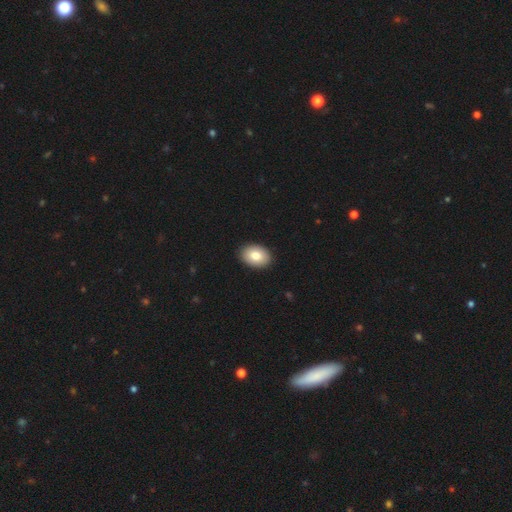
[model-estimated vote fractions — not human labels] This appears to be a smooth galaxy with no disk features (83%) that is in between round and cigar-shaped (81%). Merging: none (91%).